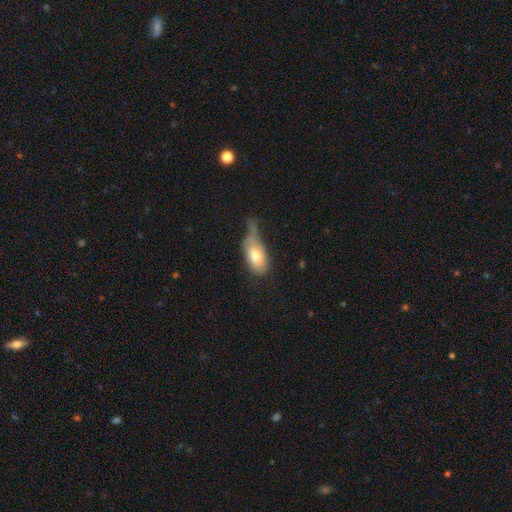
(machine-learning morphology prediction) The model was most divided on "merging": minor disturbance: 32%, major disturbance: 29%, none: 28%, merger: 10%. More confident: how rounded — in between (91%); smooth or featured — smooth (74%).